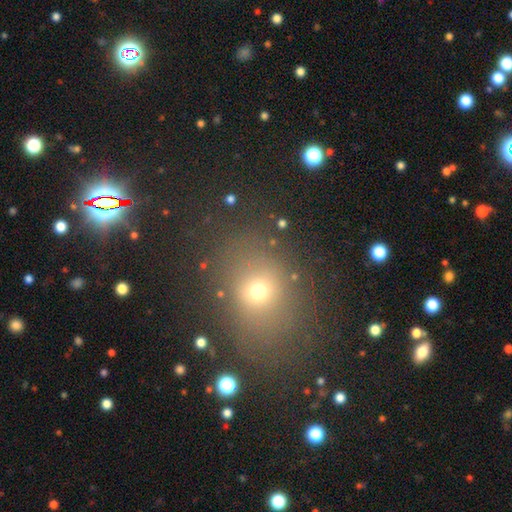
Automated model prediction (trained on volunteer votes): Q: Smooth or featured?
A: smooth (55%); runner-up: star or artifact (34%)
Q: How rounded?
A: round (53%); runner-up: in between (45%)
Q: Merging?
A: none (85%); runner-up: minor disturbance (9%)